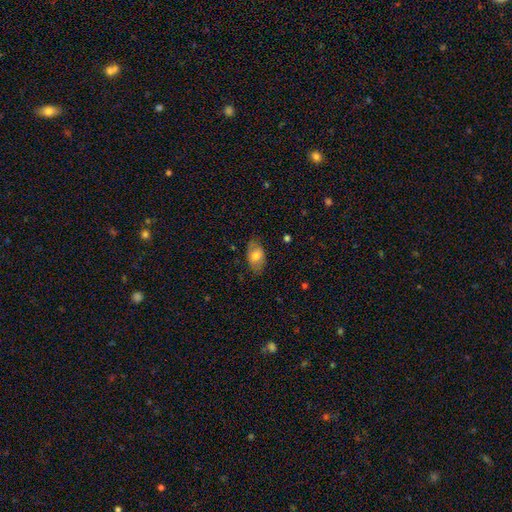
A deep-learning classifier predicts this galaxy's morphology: smooth 67%, featured or disk 25%, star or artifact 7%. Down the decision tree: how rounded — in between (91%); merging — none (75%).